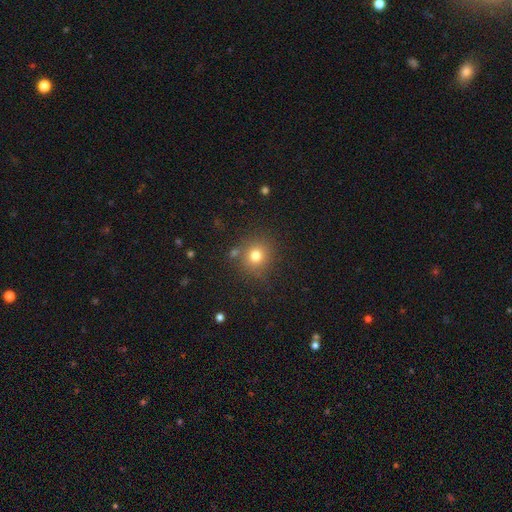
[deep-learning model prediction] The model was most divided on "smooth or featured": smooth: 76%, star or artifact: 15%, featured or disk: 8%. More confident: how rounded — round (89%); merging — none (81%).